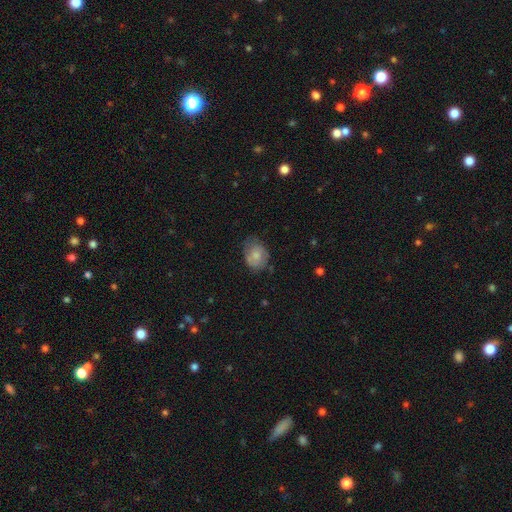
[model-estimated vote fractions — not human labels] Smooth or featured: smooth — 63% (featured or disk — 29%)
How rounded: in between — 63% (round — 36%)
Merging: none — 58% (minor disturbance — 29%)